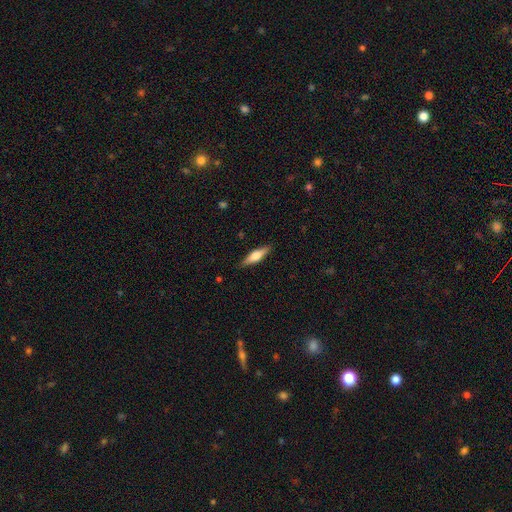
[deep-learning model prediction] This is possibly a smooth galaxy (50%). How rounded: likely cigar-shaped (64%). Merging: clearly none (89%).